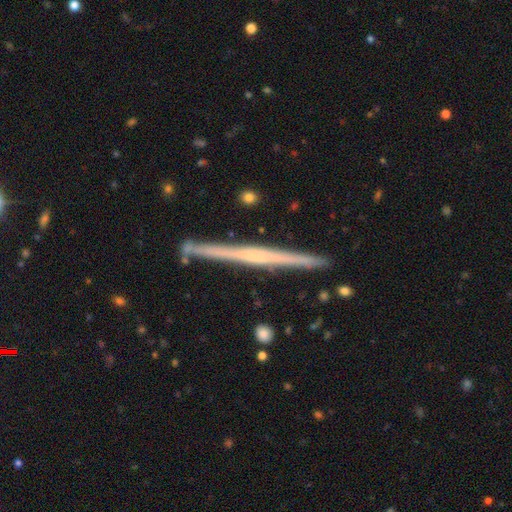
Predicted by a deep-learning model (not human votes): The model was most divided on "edge-on bulge": none: 68%, rounded: 23%, boxy: 9%. More confident: edge-on disk — yes (98%); merging — none (90%); smooth or featured — featured or disk (72%).